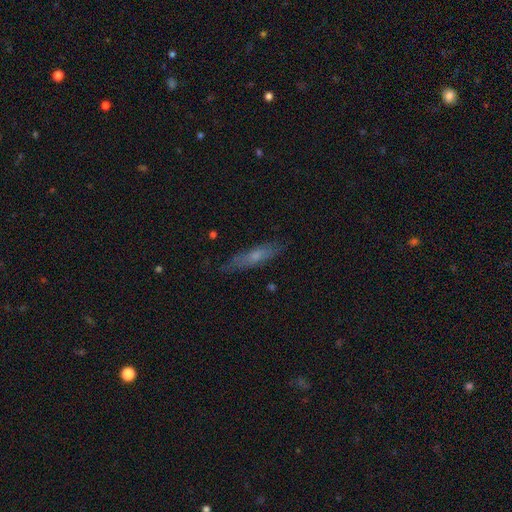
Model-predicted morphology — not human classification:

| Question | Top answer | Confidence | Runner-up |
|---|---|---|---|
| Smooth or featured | smooth | 50% | featured or disk (41%) |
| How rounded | cigar-shaped | 79% | in between (19%) |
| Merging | none | 78% | minor disturbance (17%) |